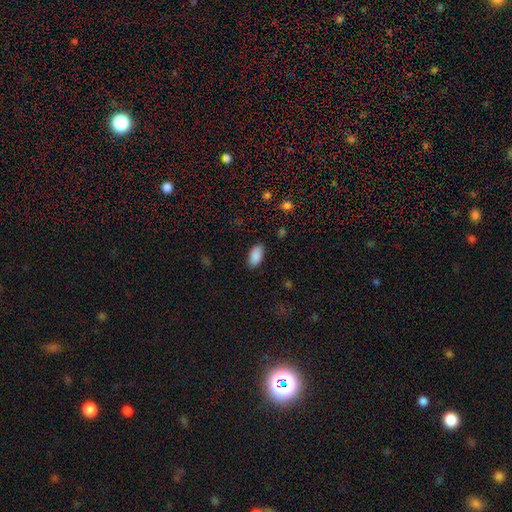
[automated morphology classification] Smooth or featured?
  - smooth: 89% *
  - star or artifact: 7%
  - featured or disk: 4%
How rounded?
  - in between: 94% *
  - cigar-shaped: 3%
  - round: 3%
Merging?
  - none: 86% *
  - minor disturbance: 11%
  - major disturbance: 3%
  - merger: 1%